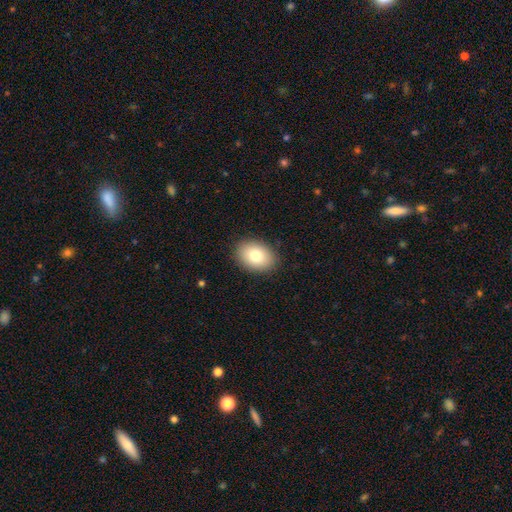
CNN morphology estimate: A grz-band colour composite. It shows a smooth galaxy with no disk features (80%) that is in between round and cigar-shaped (69%). Merging: none (88%).